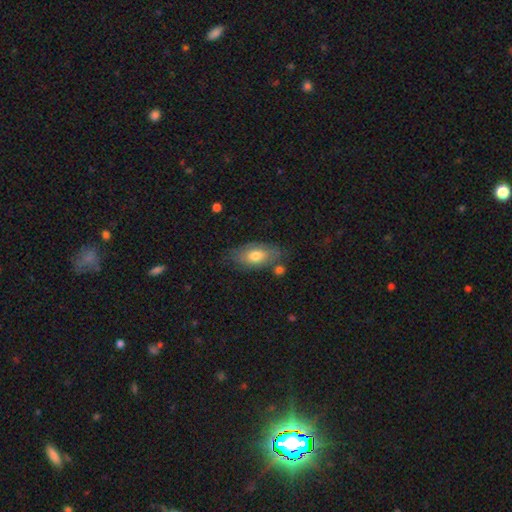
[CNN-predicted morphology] Smooth or featured: smooth — 70% (featured or disk — 23%)
How rounded: in between — 89% (cigar-shaped — 6%)
Merging: none — 65% (minor disturbance — 22%)